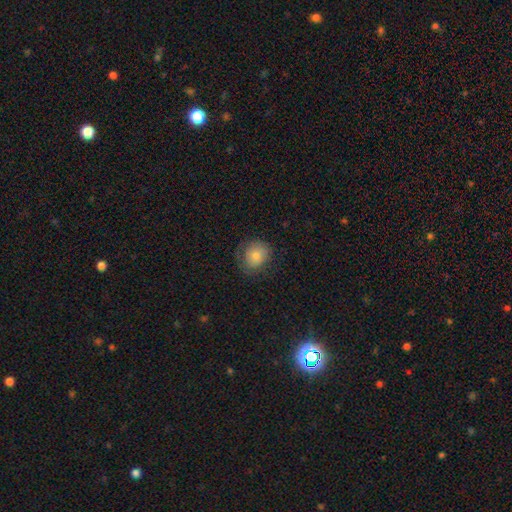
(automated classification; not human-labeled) Smooth or featured: smooth — 71% (featured or disk — 20%)
How rounded: round — 67% (in between — 32%)
Merging: none — 67% (minor disturbance — 21%)